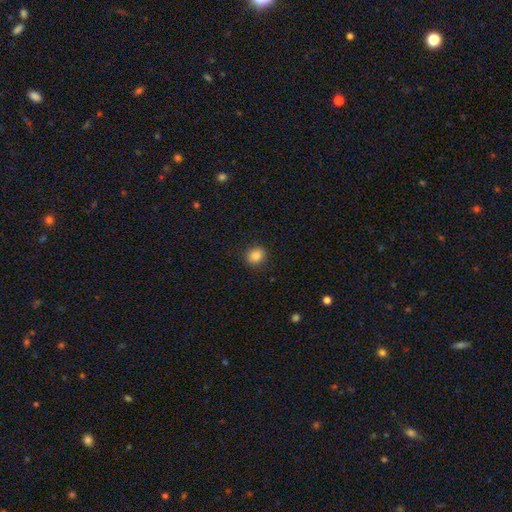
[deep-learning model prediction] smooth-or-featured: smooth: 86% | star or artifact: 10% | featured or disk: 4%
  how-rounded: round: 66% | in between: 33% | cigar-shaped: 1%
  merging: none: 90% | minor disturbance: 7% | major disturbance: 2% | merger: 1%